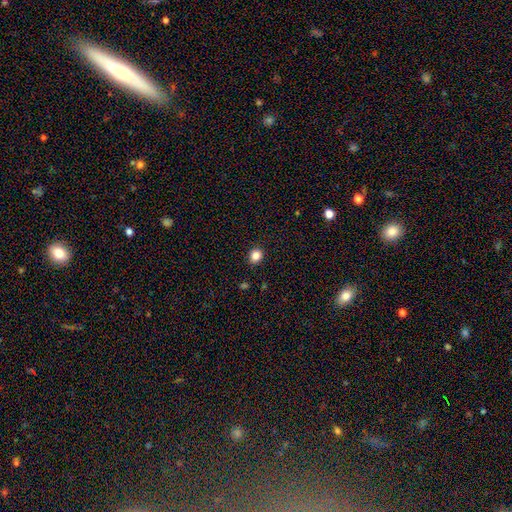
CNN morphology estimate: smooth 85%, star or artifact 11%, featured or disk 4%. Down the decision tree: how rounded — round (78%); merging — none (91%).